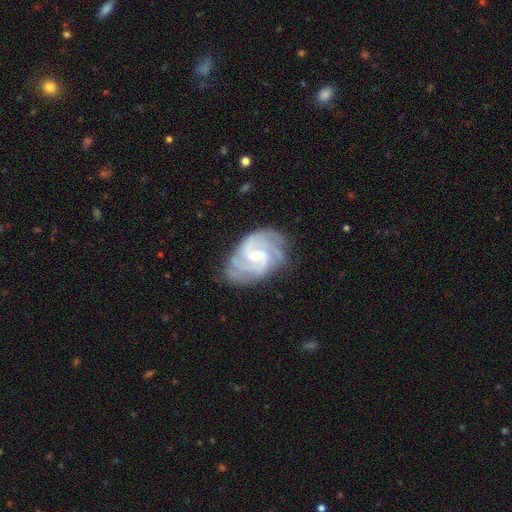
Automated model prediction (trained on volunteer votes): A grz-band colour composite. It shows a featured or disk galaxy (90%) with a weak bar (54%), 2 (33%) tight (50%) spiral arms (98%) and a small central bulge (59%). Merging: none (74%).